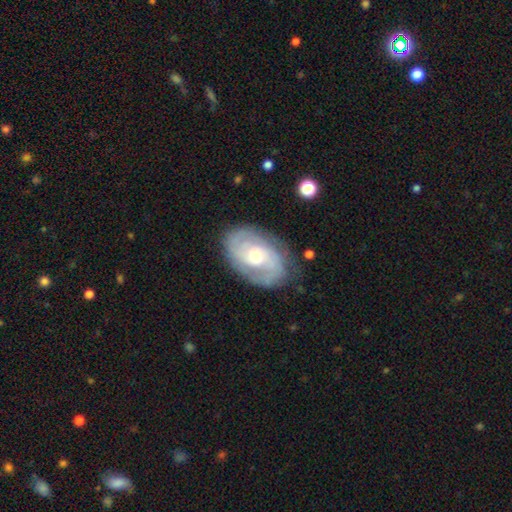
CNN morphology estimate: featured or disk 82%, smooth 13%, star or artifact 5%. Down the decision tree: edge-on disk — no (96%); bar — no (59%); spiral arms — yes (93%); spiral arm count — 2 (59%); spiral winding — tight (54%); bulge size — moderate (57%); merging — none (77%).